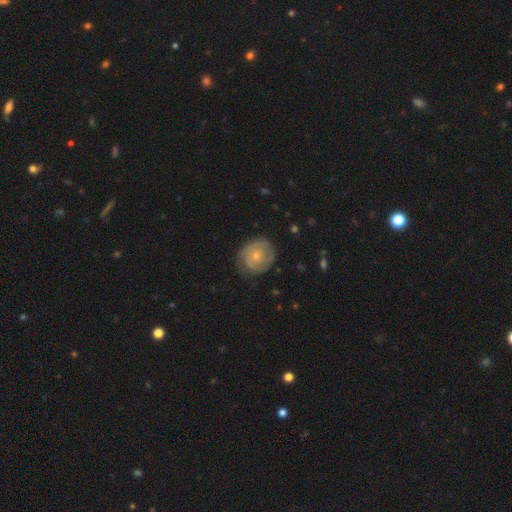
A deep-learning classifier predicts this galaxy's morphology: smooth_or_featured: featured or disk (p=0.59) [alt: smooth p=0.35]
disk_edge_on: no (p=0.98) [alt: yes p=0.02]
bar: no (p=0.81) [alt: weak p=0.17]
has_spiral_arms: yes (p=0.79) [alt: no p=0.21]
bulge_size: small (p=0.65) [alt: moderate p=0.30]
merging: none (p=0.74) [alt: minor disturbance p=0.19]